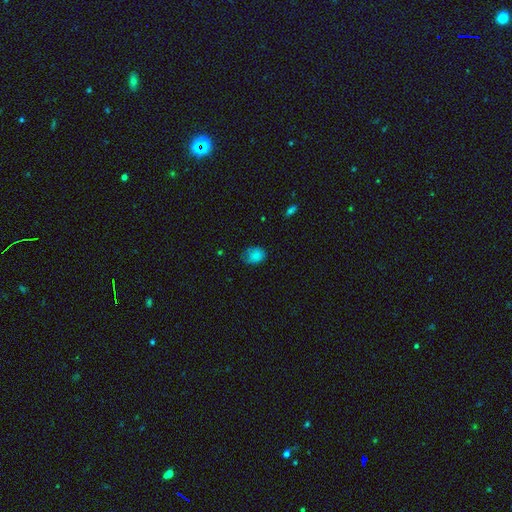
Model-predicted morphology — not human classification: Smooth or featured? Predicted: smooth (p=0.83). How rounded? Predicted: in between (p=0.60). Merging? Predicted: none (p=0.62).